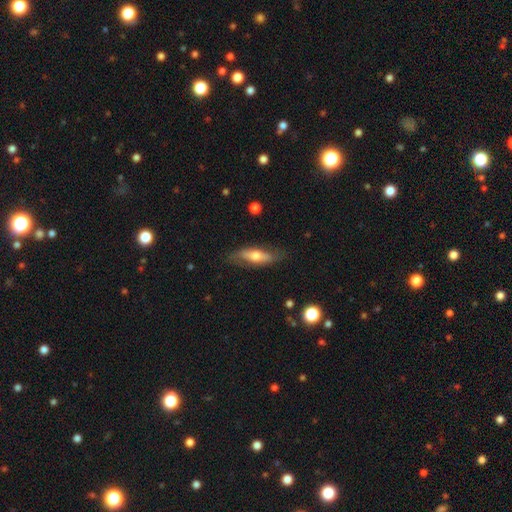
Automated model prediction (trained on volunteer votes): Morphology: type=smooth (49%); merging=none (74%).